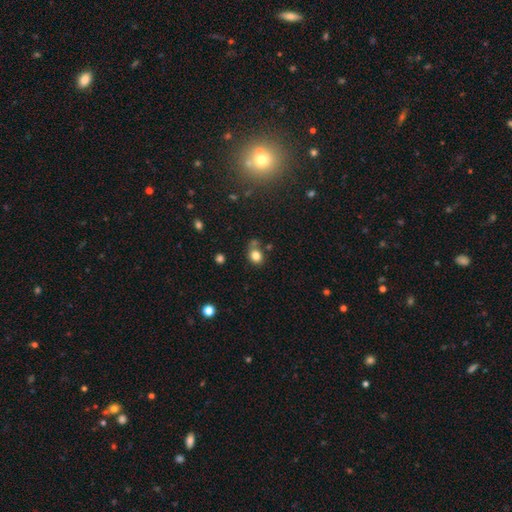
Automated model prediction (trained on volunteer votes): This is clearly a smooth galaxy (80%). How rounded: likely round (62%). Merging: possibly none (59%).